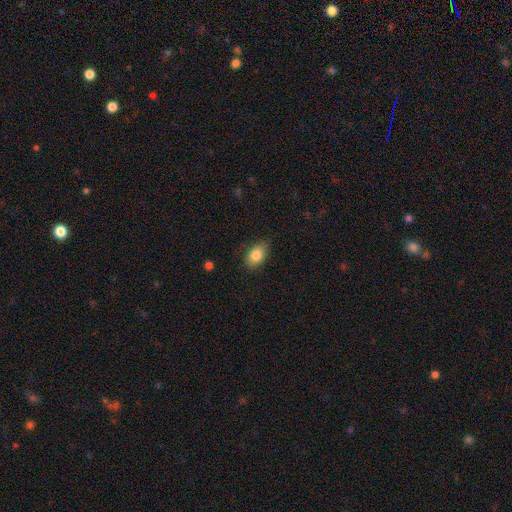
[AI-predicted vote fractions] The model was most divided on "merging": none: 80%, minor disturbance: 16%, major disturbance: 3%, merger: 1%. More confident: how rounded — in between (88%); smooth or featured — smooth (85%).